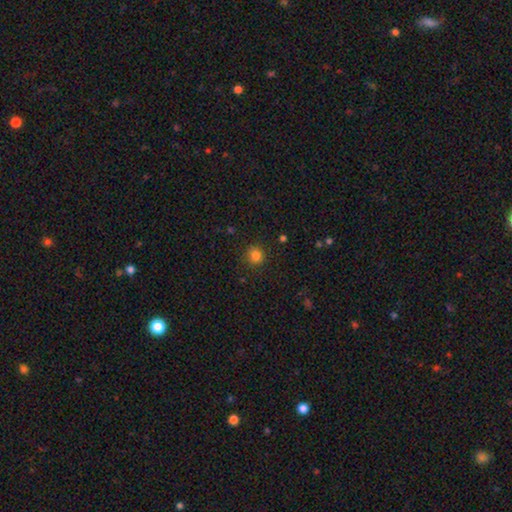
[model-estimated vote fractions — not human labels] The model was most divided on "smooth or featured": smooth: 82%, star or artifact: 13%, featured or disk: 5%. More confident: how rounded — round (89%); merging — none (87%).